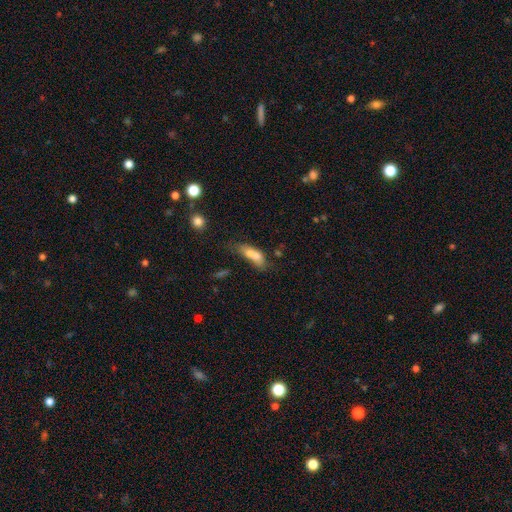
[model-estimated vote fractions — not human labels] Smooth or featured? Predicted: smooth (p=0.67). How rounded? Predicted: in between (p=0.67). Merging? Predicted: merger (p=0.58).